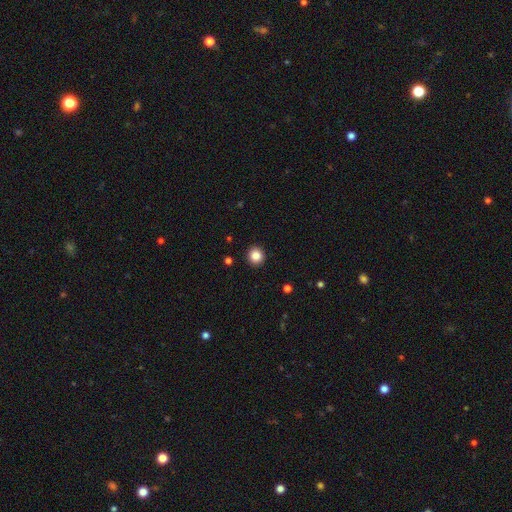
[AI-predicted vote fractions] Smooth or featured? smooth (85%)
How rounded? round (89%)
Merging? none (92%)